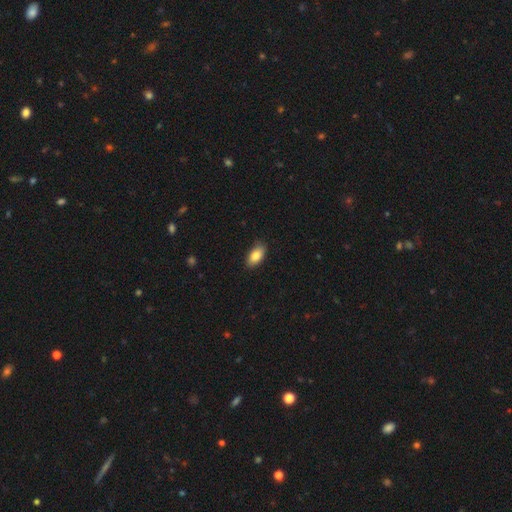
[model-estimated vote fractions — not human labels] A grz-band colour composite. It shows a smooth galaxy with no disk features (84%) that is in between round and cigar-shaped (92%). Merging: none (85%).